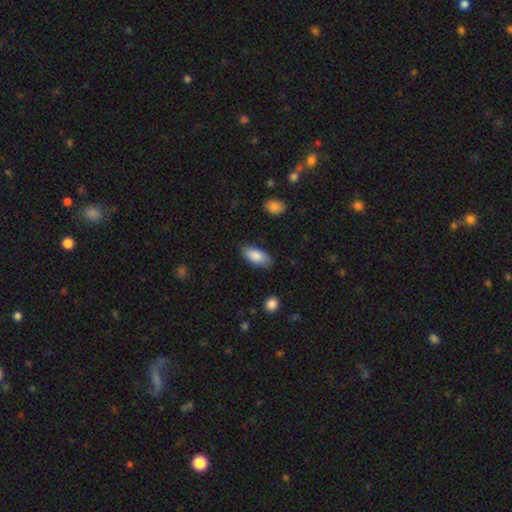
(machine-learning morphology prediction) This is clearly a smooth galaxy (85%). How rounded: clearly in between (90%). Merging: clearly none (82%).